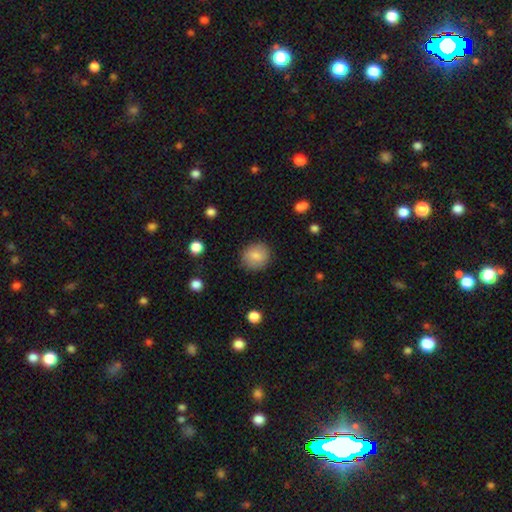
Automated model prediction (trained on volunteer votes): Smooth or featured: smooth — 82% (featured or disk — 10%)
How rounded: round — 81% (in between — 18%)
Merging: none — 86% (minor disturbance — 10%)